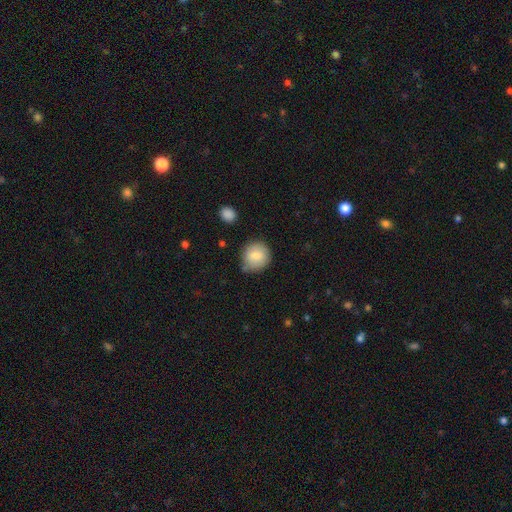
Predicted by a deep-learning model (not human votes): A smooth galaxy with no disk features (82%) that is round (89%). Merging: none (68%).